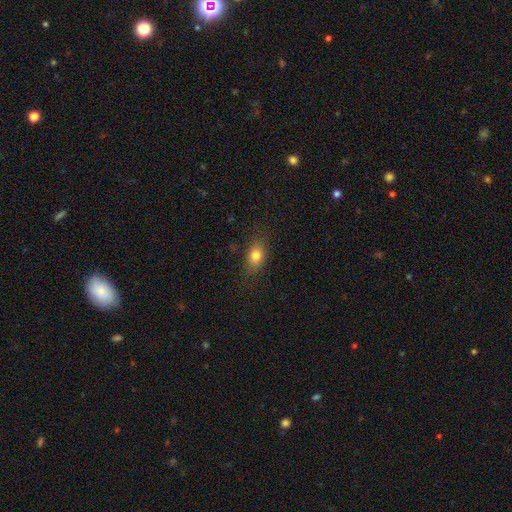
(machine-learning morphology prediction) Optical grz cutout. It shows a smooth galaxy with no disk features (80%) that is in between round and cigar-shaped (77%). Merging: none (81%).